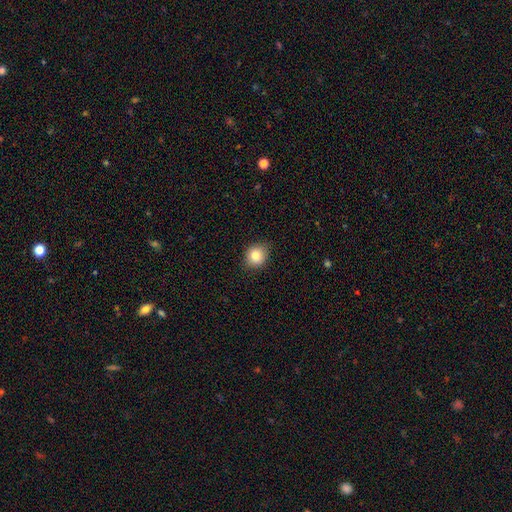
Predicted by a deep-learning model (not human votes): Smooth or featured: smooth — 83% (star or artifact — 10%)
How rounded: round — 74% (in between — 25%)
Merging: none — 84% (minor disturbance — 12%)